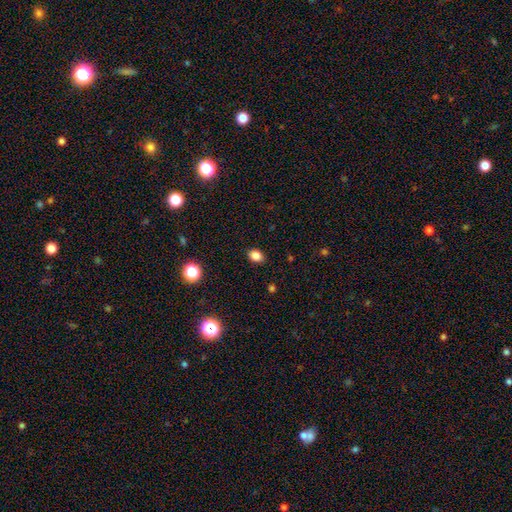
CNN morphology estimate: This appears to be a smooth galaxy with no disk features (84%) that is in between round and cigar-shaped (70%). Merging: none (88%).